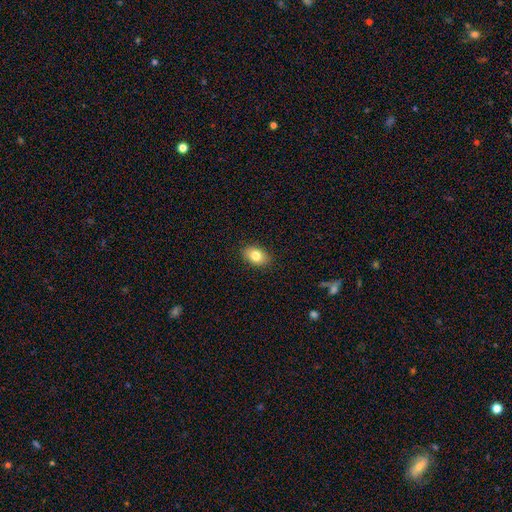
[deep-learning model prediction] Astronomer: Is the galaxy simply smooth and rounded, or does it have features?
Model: smooth — 81%.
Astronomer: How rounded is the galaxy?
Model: in between — 79%.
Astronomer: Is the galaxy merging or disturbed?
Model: none — 89%.